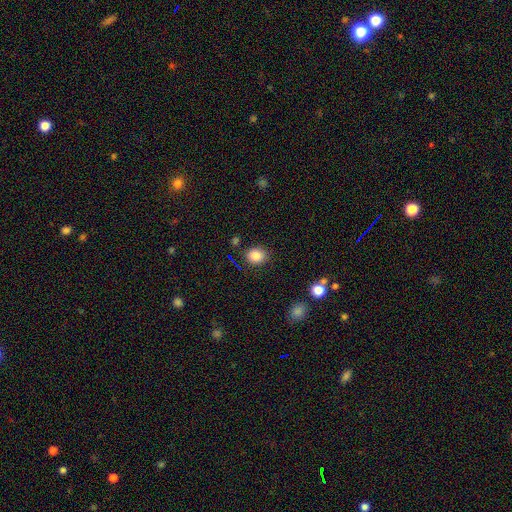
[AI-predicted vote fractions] Morphology: type=smooth (85%); roundness=round (57%); merging=none (82%).